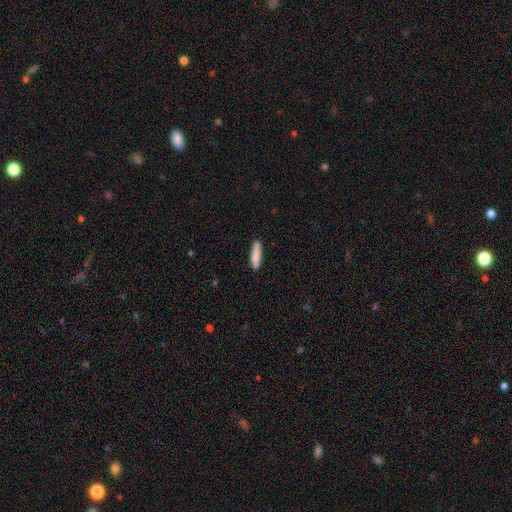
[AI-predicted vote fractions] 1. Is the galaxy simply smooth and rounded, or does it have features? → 84% smooth, 10% featured or disk, 6% star or artifact.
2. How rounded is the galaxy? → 73% cigar-shaped, 26% in between, 2% round.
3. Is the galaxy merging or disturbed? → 83% none, 13% minor disturbance, 2% major disturbance, 2% merger.